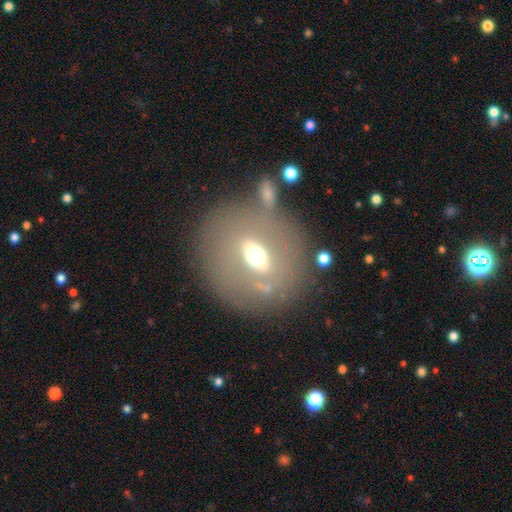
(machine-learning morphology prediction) featured or disk 48%, smooth 41%, star or artifact 11%. Down the decision tree: merging — none (60%).